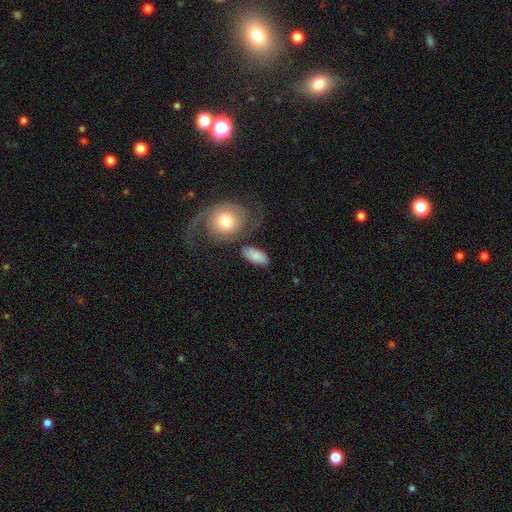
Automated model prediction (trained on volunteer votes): Q: Smooth or featured?
A: smooth (76%); runner-up: featured or disk (18%)
Q: How rounded?
A: in between (89%); runner-up: round (7%)
Q: Merging?
A: none (56%); runner-up: minor disturbance (18%)